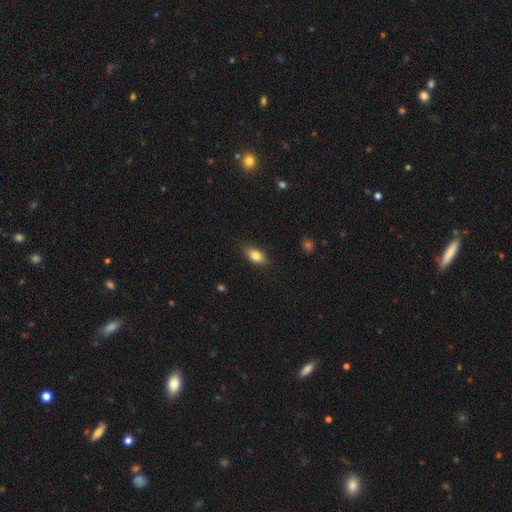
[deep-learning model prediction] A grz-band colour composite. It shows a smooth galaxy with no disk features (82%) that is in between round and cigar-shaped (85%). Merging: none (82%).